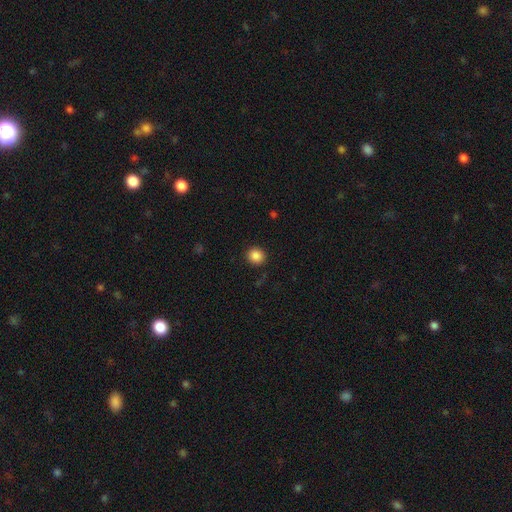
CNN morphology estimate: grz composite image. It shows a smooth galaxy with no disk features (87%) that is round (88%). Merging: none (90%).